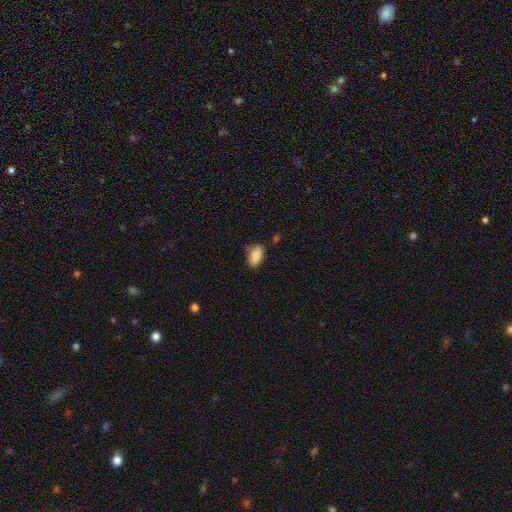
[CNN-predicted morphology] A smooth galaxy with no disk features (87%) that is in between round and cigar-shaped (92%). Merging: none (69%).